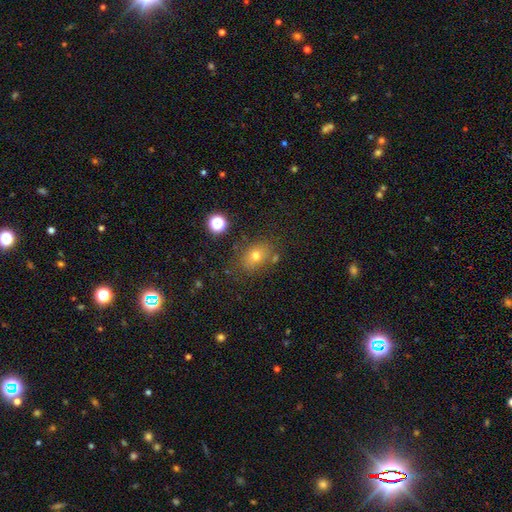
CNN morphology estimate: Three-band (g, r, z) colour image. It shows a smooth galaxy with no disk features (70%) that is in between round and cigar-shaped (65%). Merging: none (75%).